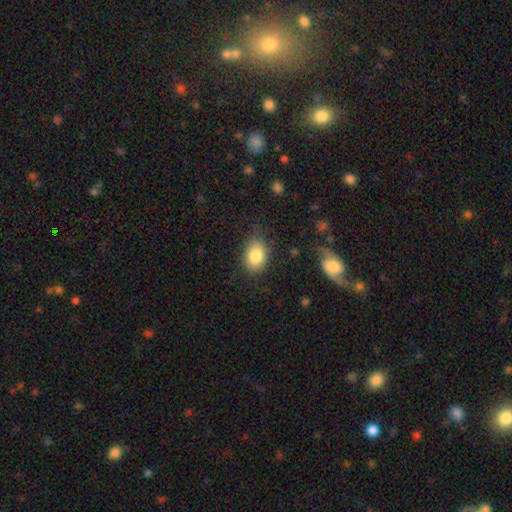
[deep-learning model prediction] Smooth or featured: smooth — 84% (featured or disk — 9%)
How rounded: in between — 77% (round — 22%)
Merging: none — 78% (minor disturbance — 16%)